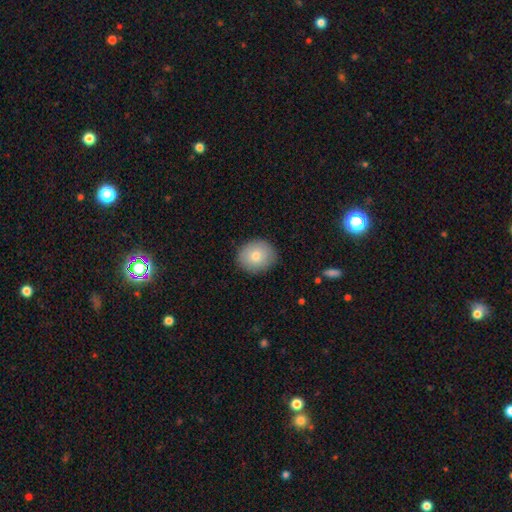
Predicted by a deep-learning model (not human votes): A smooth galaxy with no disk features (78%) that is round (65%).

Vote fractions:
- Smooth or featured? smooth: 78% / featured or disk: 14% / star or artifact: 8%
- How rounded? round: 65% / in between: 34% / cigar-shaped: 1%
- Merging? none: 87% / minor disturbance: 10% / major disturbance: 2% / merger: 1%